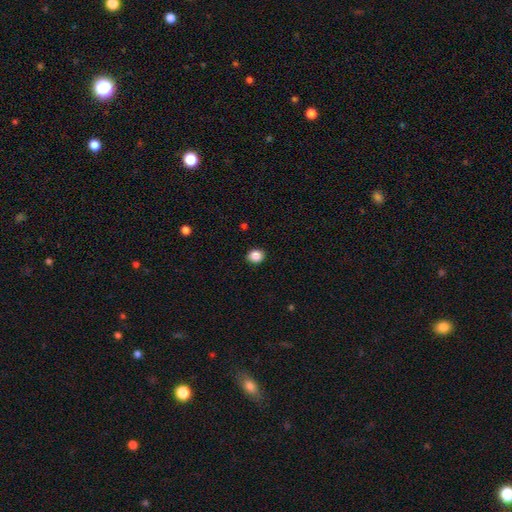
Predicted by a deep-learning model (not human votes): smooth_or_featured: smooth (p=0.88) [alt: star or artifact p=0.09]
how_rounded: round (p=0.71) [alt: in between p=0.28]
merging: none (p=0.90) [alt: minor disturbance p=0.07]